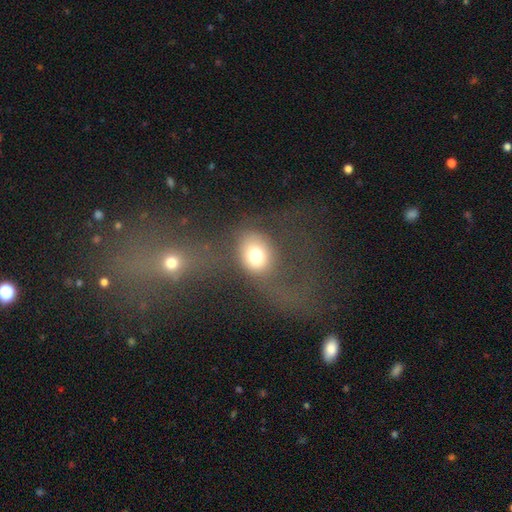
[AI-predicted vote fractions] smooth 72%, featured or disk 16%, star or artifact 12%. Down the decision tree: how rounded — round (59%); merging — none (41%).